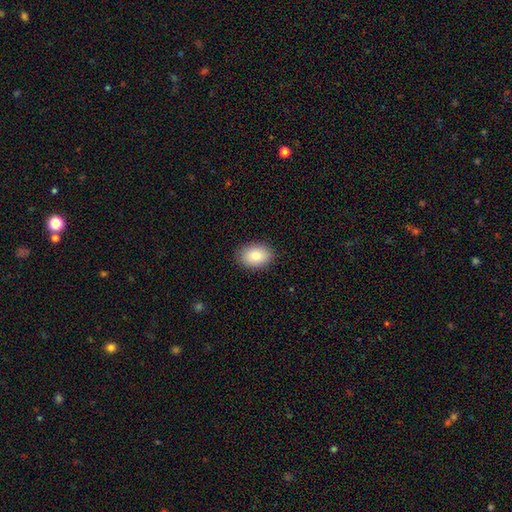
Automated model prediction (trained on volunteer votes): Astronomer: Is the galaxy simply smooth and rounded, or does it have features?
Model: smooth — 82%.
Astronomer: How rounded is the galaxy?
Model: in between — 77%.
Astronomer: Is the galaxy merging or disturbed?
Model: none — 89%.